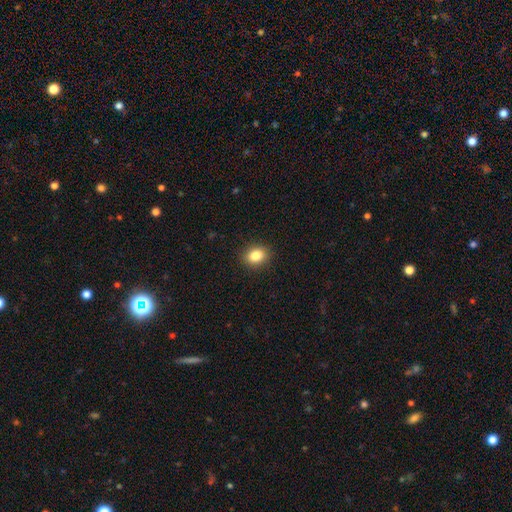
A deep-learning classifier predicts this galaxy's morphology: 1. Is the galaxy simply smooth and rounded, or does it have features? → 85% smooth, 10% star or artifact, 6% featured or disk.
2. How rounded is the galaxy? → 57% in between, 42% round, 1% cigar-shaped.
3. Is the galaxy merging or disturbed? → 90% none, 7% minor disturbance, 2% major disturbance, 1% merger.